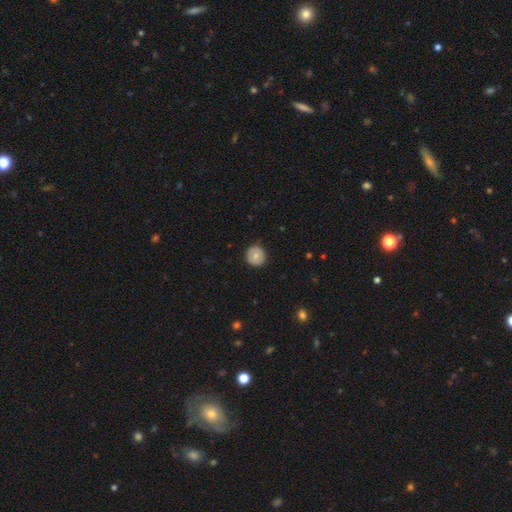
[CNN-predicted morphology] This is likely a smooth galaxy (66%). How rounded: clearly round (91%). Merging: clearly none (86%).